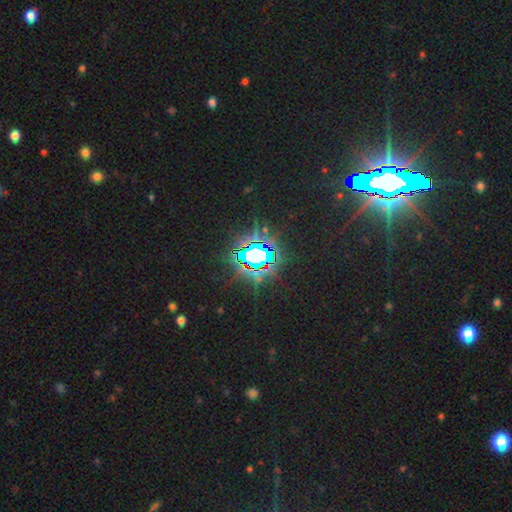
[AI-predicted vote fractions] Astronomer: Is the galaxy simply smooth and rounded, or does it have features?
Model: star or artifact — 80%.